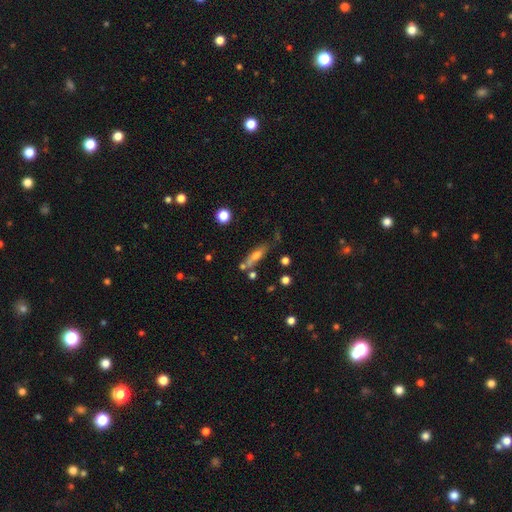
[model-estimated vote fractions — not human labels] A smooth galaxy with no disk features (58%) that is cigar-shaped (64%). Merging: none (56%).